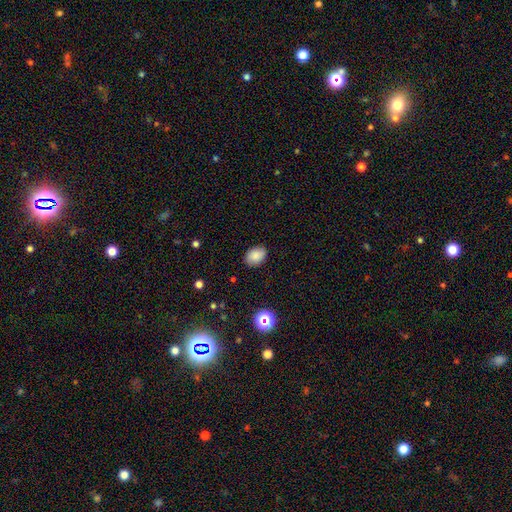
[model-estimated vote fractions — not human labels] The model was most divided on "how rounded": in between: 76%, round: 23%, cigar-shaped: 1%. More confident: merging — none (85%); smooth or featured — smooth (85%).